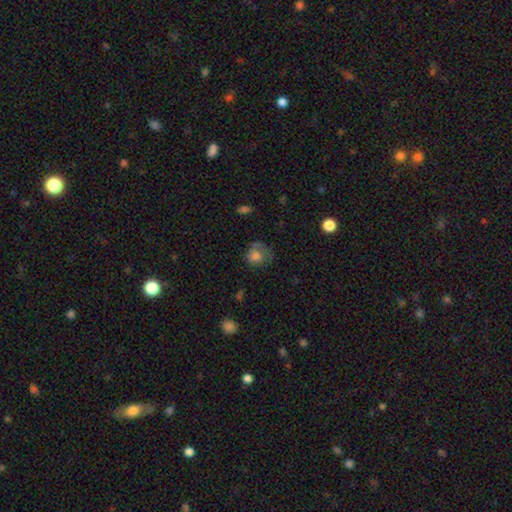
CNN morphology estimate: Overall: smooth (71%). How rounded: round (76%). Merging: none (45%; minor disturbance 26%).